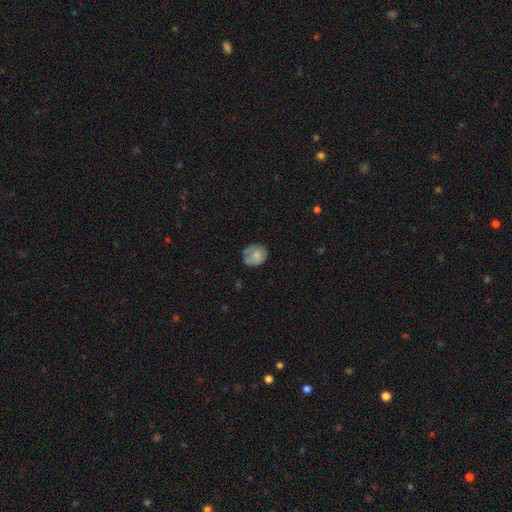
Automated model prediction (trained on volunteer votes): Smooth or featured: smooth — 68% (featured or disk — 24%)
How rounded: round — 70% (in between — 29%)
Merging: none — 57% (minor disturbance — 29%)